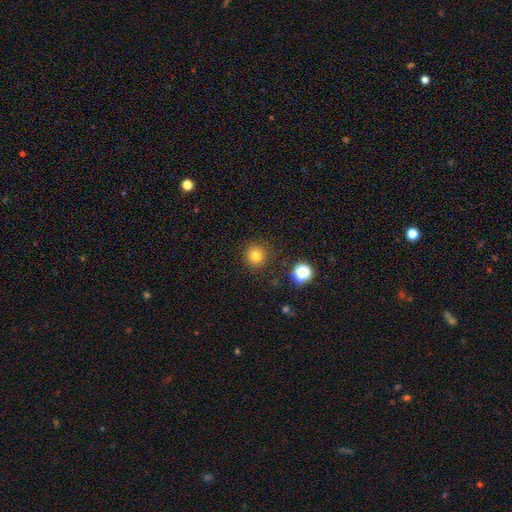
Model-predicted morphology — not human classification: This appears to be a smooth galaxy with no disk features (80%) that is round (93%). Merging: none (90%).